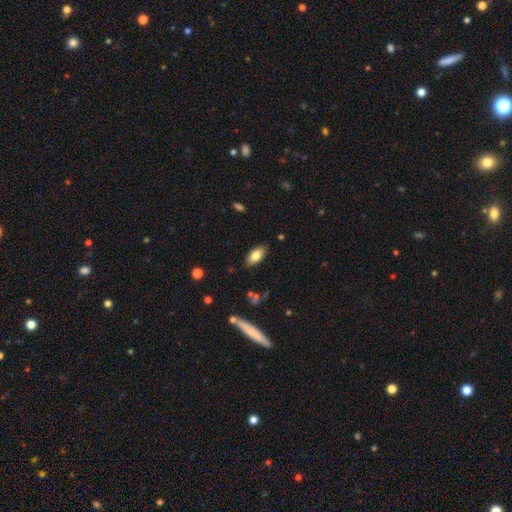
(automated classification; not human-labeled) Smooth or featured? smooth (80%)
How rounded? in between (90%)
Merging? none (85%)